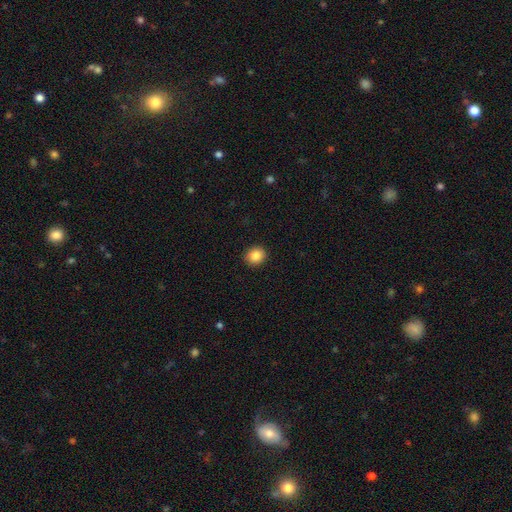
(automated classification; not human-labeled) Q: Smooth or featured?
A: smooth (86%); runner-up: star or artifact (9%)
Q: How rounded?
A: round (76%); runner-up: in between (23%)
Q: Merging?
A: none (92%); runner-up: minor disturbance (6%)